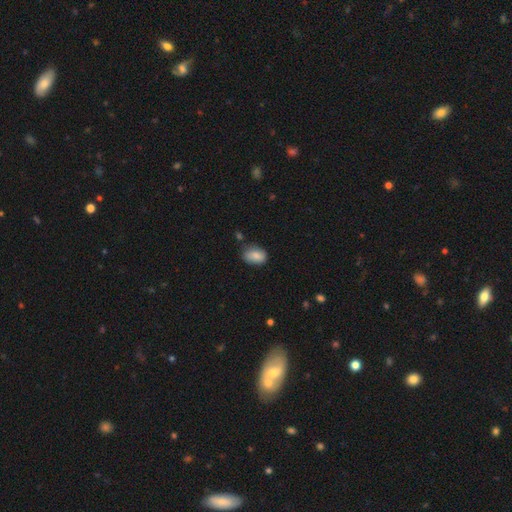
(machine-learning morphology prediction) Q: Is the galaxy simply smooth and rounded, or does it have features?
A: smooth — 83%.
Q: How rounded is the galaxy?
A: in between — 82%.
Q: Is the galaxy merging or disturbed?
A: none — 67%.